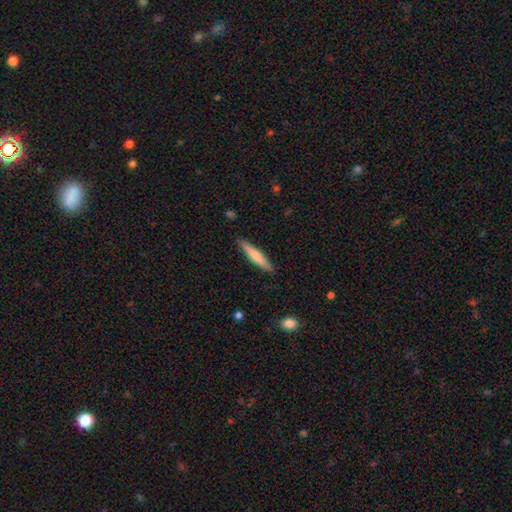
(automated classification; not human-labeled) Smooth or featured? Predicted: smooth (p=0.67). How rounded? Predicted: cigar-shaped (p=0.90). Merging? Predicted: none (p=0.89).